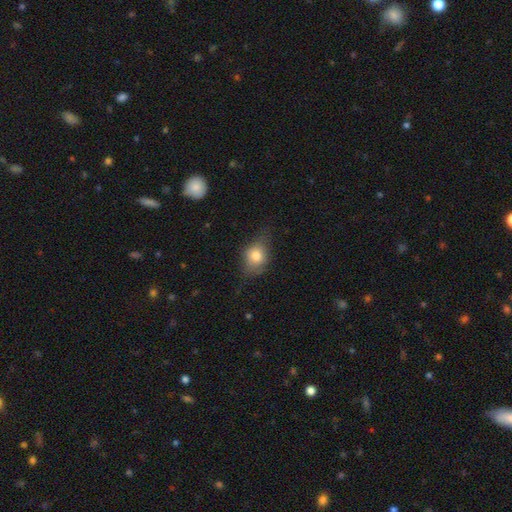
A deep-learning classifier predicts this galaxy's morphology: smooth 75%, featured or disk 16%, star or artifact 9%. Down the decision tree: how rounded — in between (59%); merging — none (55%).